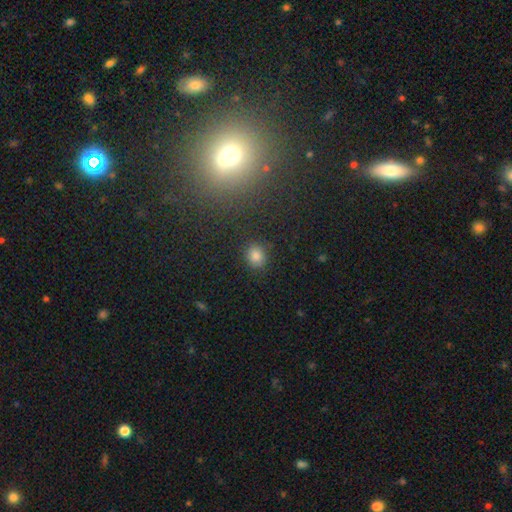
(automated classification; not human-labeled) smooth 82%, star or artifact 13%, featured or disk 5%. Down the decision tree: how rounded — round (71%); merging — none (86%).